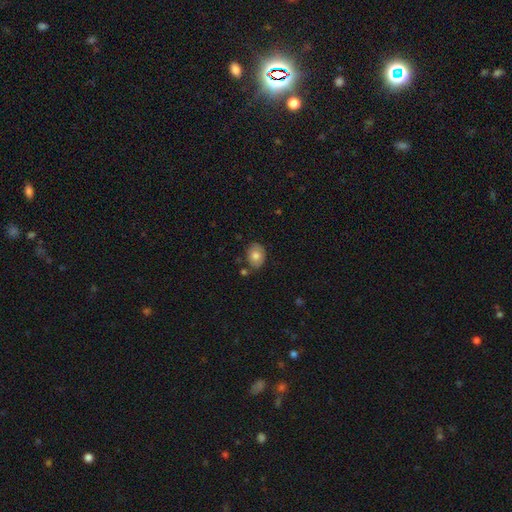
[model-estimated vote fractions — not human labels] This is likely a smooth galaxy (78%). How rounded: likely in between (62%). Merging: likely none (77%).